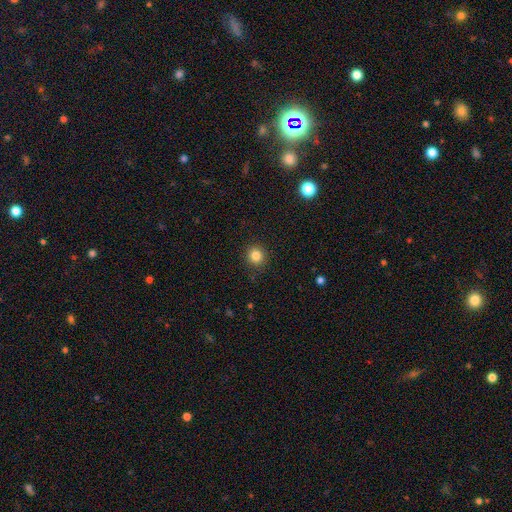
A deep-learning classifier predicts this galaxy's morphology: Smooth or featured? Predicted: smooth (p=0.84). How rounded? Predicted: round (p=0.91). Merging? Predicted: none (p=0.91).